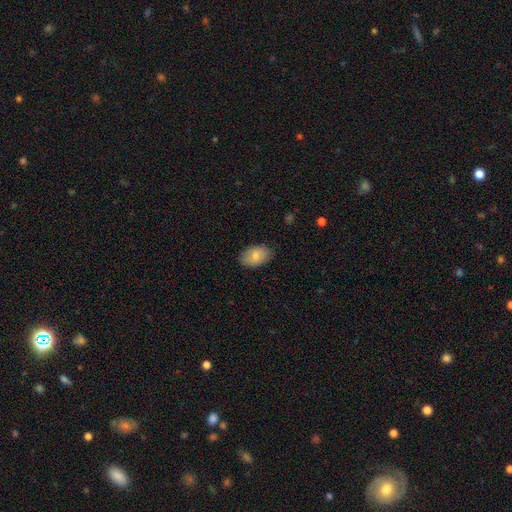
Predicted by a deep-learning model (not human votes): Smooth or featured?
  - smooth: 80% *
  - featured or disk: 13%
  - star or artifact: 7%
How rounded?
  - in between: 91% *
  - round: 8%
  - cigar-shaped: 1%
Merging?
  - none: 85% *
  - minor disturbance: 12%
  - major disturbance: 2%
  - merger: 1%